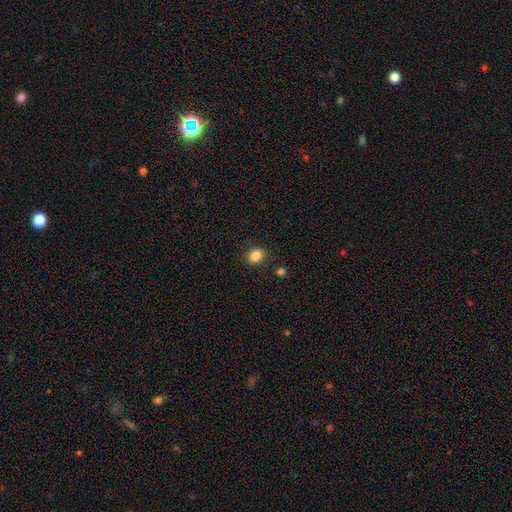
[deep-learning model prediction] Smooth or featured: smooth — 85% (star or artifact — 11%)
How rounded: in between — 50% (round — 49%)
Merging: none — 87% (minor disturbance — 9%)